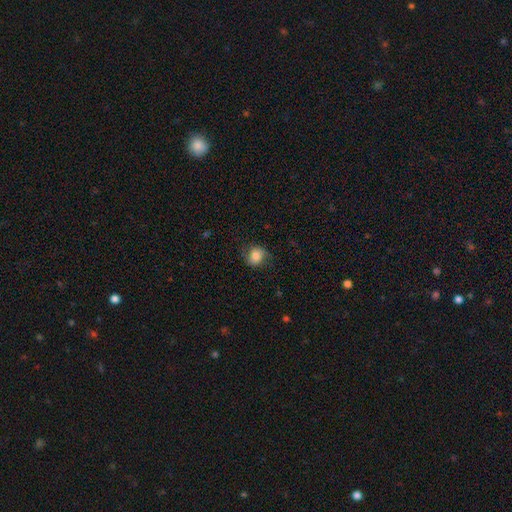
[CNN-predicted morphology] A smooth galaxy with no disk features (67%) that is round (70%). Merging: none (68%).